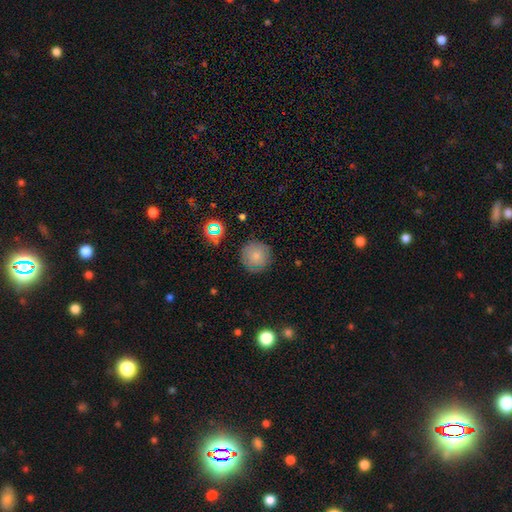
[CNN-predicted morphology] This appears to be a smooth galaxy with no disk features (77%) that is round (95%). Merging: none (85%).